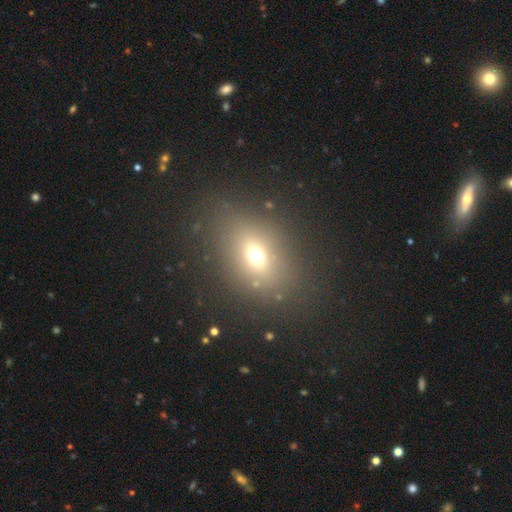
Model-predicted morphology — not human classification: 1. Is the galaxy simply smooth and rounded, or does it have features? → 63% smooth, 20% star or artifact, 17% featured or disk.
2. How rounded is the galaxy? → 61% in between, 36% round, 3% cigar-shaped.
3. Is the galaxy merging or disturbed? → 80% none, 10% minor disturbance, 7% major disturbance, 3% merger.